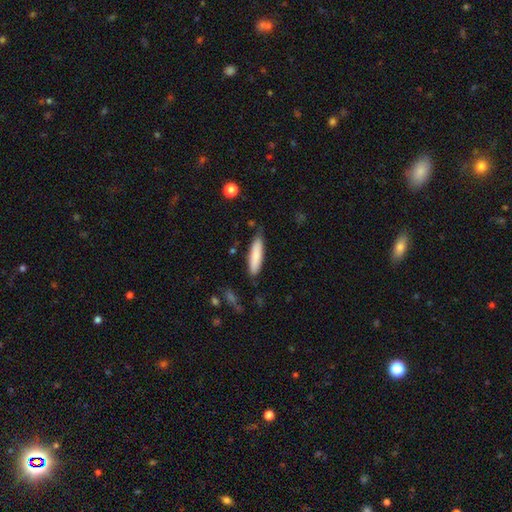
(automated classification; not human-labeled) Overall: smooth (83%). How rounded: cigar-shaped (72%). Merging: none (77%).